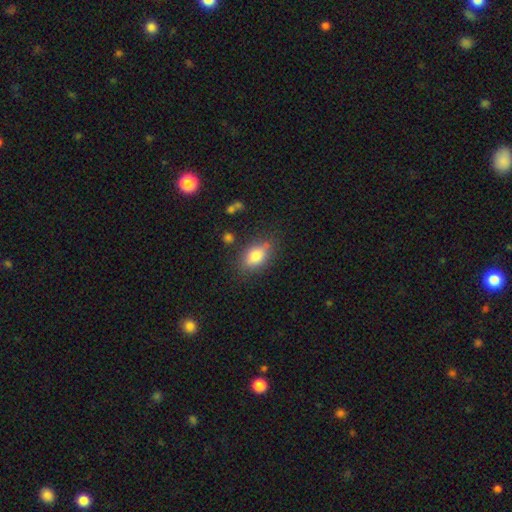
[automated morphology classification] smooth-or-featured: smooth: 80% | featured or disk: 11% | star or artifact: 8%
  how-rounded: in between: 85% | round: 12% | cigar-shaped: 4%
  merging: none: 73% | minor disturbance: 18% | major disturbance: 5% | merger: 4%